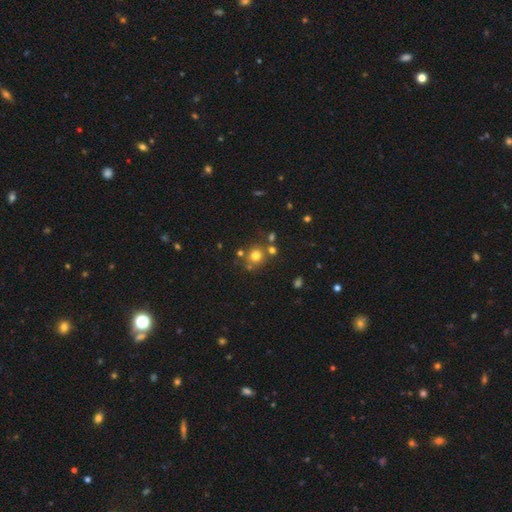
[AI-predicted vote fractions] smooth_or_featured: smooth (p=0.73) [alt: star or artifact p=0.18]
how_rounded: round (p=0.88) [alt: in between p=0.11]
merging: none (p=0.71) [alt: merger p=0.15]